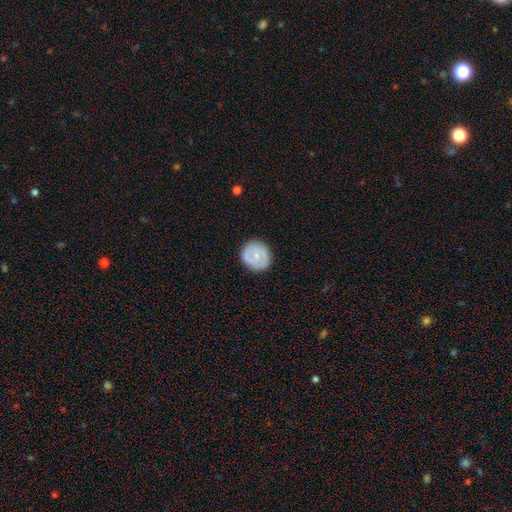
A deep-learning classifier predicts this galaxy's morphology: smooth_or_featured: smooth (p=0.52) [alt: featured or disk p=0.42]
how_rounded: round (p=0.87) [alt: in between p=0.12]
merging: none (p=0.86) [alt: minor disturbance p=0.11]